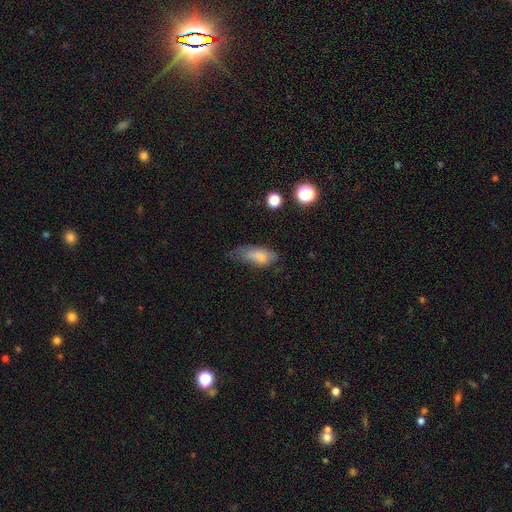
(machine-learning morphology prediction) A smooth galaxy with no disk features (74%) that is in between round and cigar-shaped (74%). Merging: none (47%).